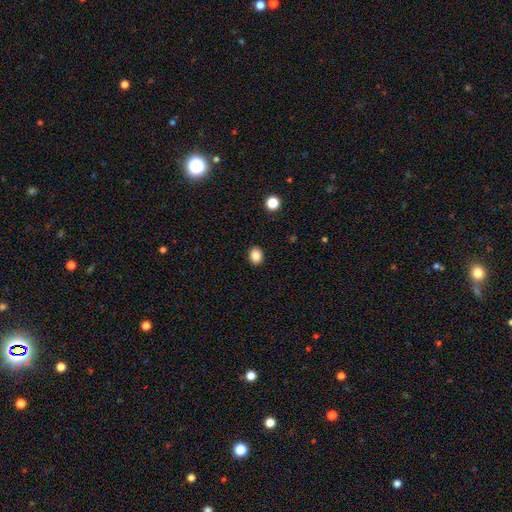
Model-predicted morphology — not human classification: type=smooth (86%); roundness=round (53%); merging=none (91%).